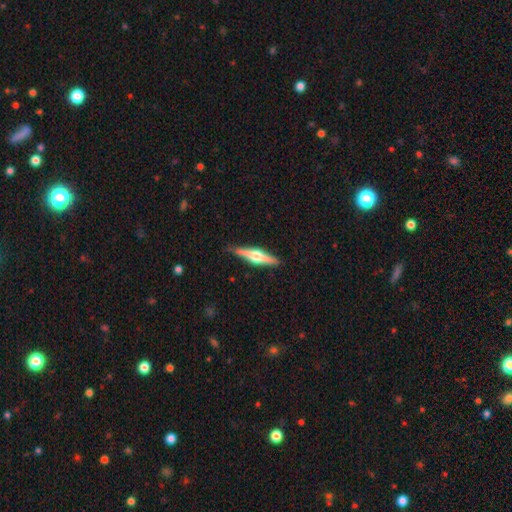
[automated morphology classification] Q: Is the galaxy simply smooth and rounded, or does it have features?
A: featured or disk — 73%.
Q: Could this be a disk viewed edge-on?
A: yes — 98%.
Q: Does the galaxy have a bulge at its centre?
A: rounded — 94%.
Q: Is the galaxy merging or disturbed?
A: none — 89%.